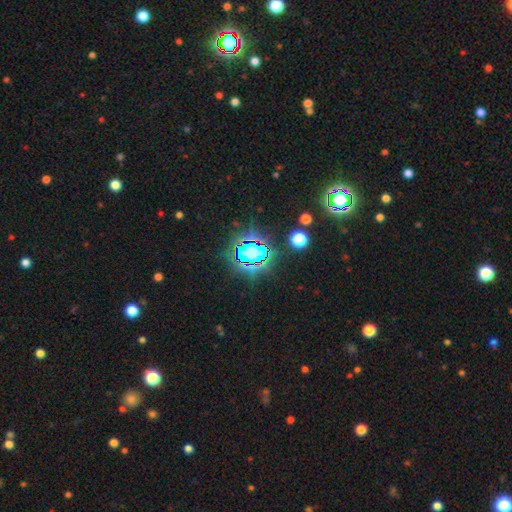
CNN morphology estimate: star or artifact 67%, smooth 22%, featured or disk 11%.